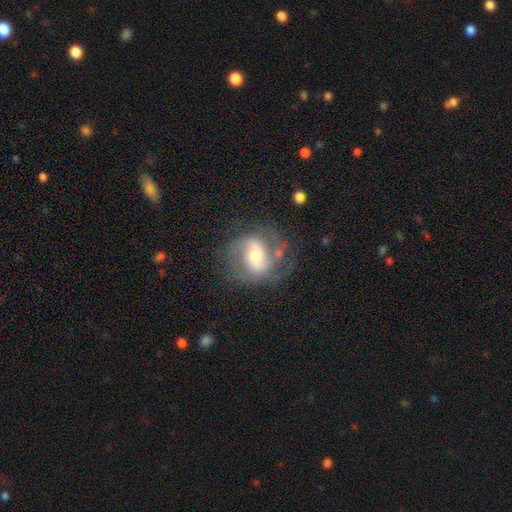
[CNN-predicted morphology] smooth_or_featured: featured or disk (p=0.73) [alt: smooth p=0.20]
disk_edge_on: no (p=0.97) [alt: yes p=0.03]
bar: weak (p=0.44) [alt: strong p=0.29]
has_spiral_arms: yes (p=0.88) [alt: no p=0.12]
spiral_winding: medium (p=0.49) [alt: tight p=0.27]
spiral_arm_count: 2 (p=0.78) [alt: can't tell p=0.10]
bulge_size: moderate (p=0.52) [alt: small p=0.25]
merging: none (p=0.66) [alt: minor disturbance p=0.18]